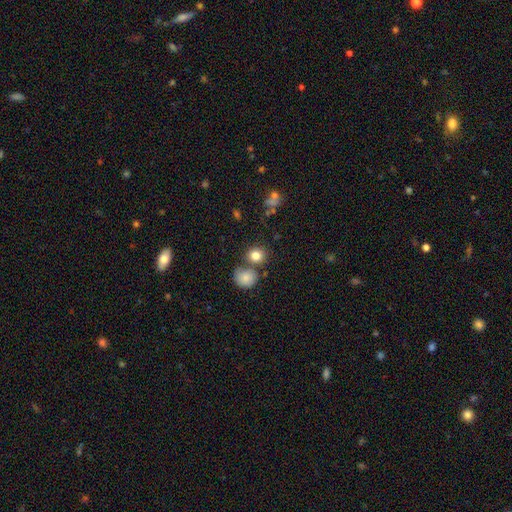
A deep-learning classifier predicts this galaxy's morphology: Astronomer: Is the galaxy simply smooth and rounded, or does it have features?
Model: smooth — 82%.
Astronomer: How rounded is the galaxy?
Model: round — 78%.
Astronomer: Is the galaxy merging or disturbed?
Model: none — 66%.